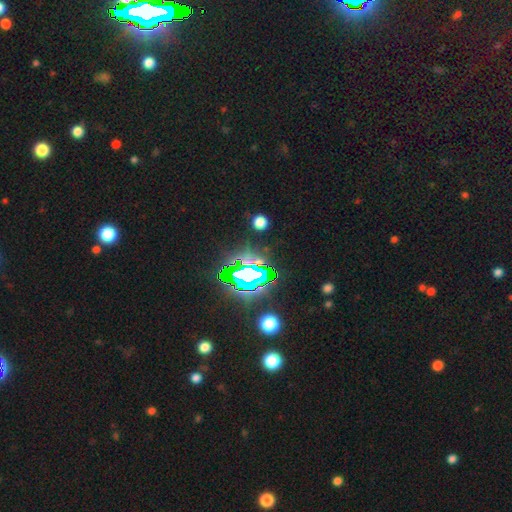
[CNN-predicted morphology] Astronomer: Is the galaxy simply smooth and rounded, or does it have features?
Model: star or artifact — 79%.